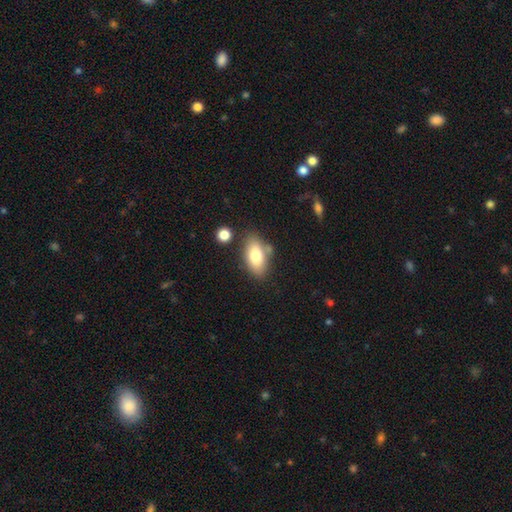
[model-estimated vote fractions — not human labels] smooth 77%, featured or disk 16%, star or artifact 7%. Down the decision tree: how rounded — in between (90%); merging — none (73%).